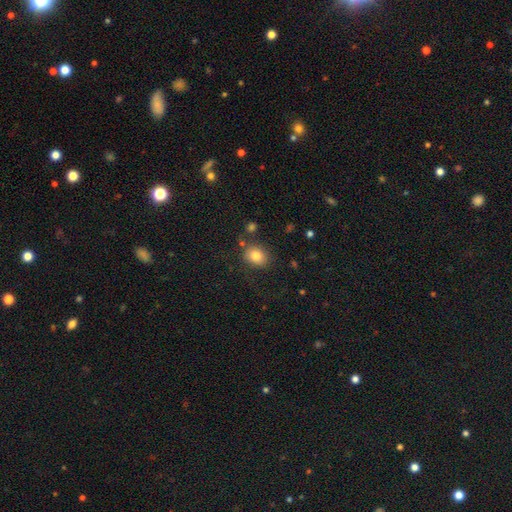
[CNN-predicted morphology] Smooth or featured? Predicted: smooth (p=0.81). How rounded? Predicted: round (p=0.55). Merging? Predicted: none (p=0.78).